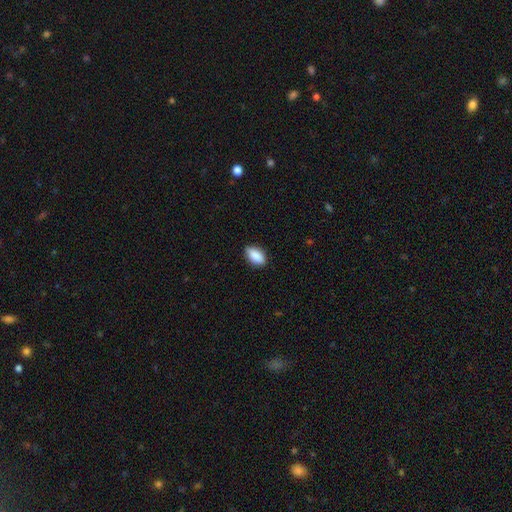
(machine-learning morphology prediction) Overall: smooth (89%). How rounded: in between (91%). Merging: none (86%).